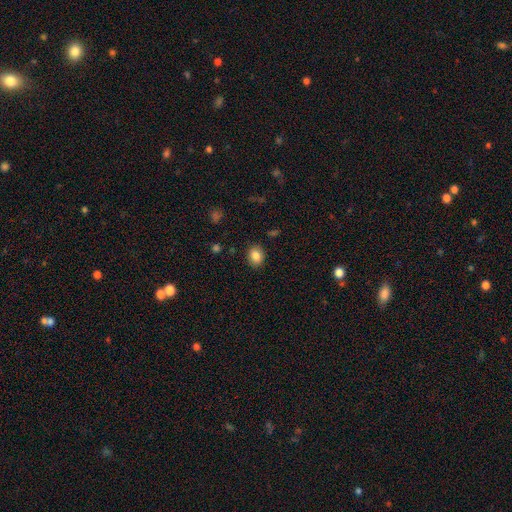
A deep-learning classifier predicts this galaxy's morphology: A smooth galaxy with no disk features (85%) that is round (54%).

Vote fractions:
- Smooth or featured? smooth: 85% / star or artifact: 9% / featured or disk: 6%
- How rounded? round: 54% / in between: 45% / cigar-shaped: 1%
- Merging? none: 89% / minor disturbance: 8% / major disturbance: 2% / merger: 1%